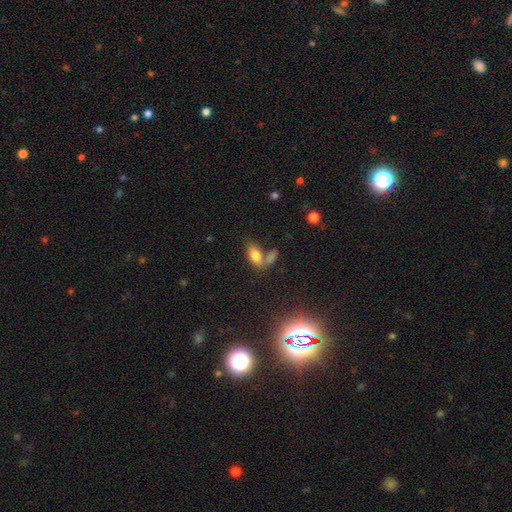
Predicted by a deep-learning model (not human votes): smooth 78%, featured or disk 11%, star or artifact 11%. Down the decision tree: how rounded — in between (89%); merging — merger (42%).